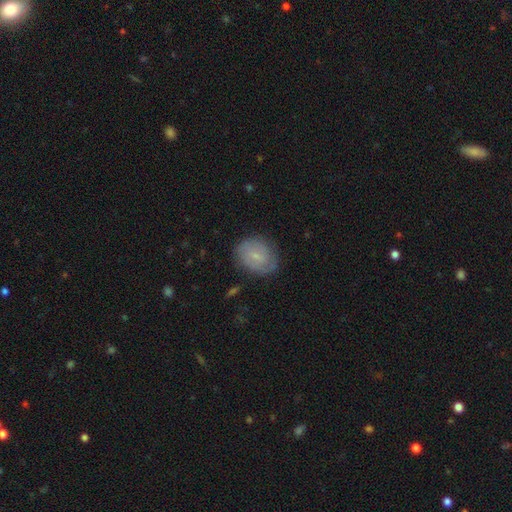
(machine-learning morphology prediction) This appears to be a smooth galaxy with no disk features (53%) that is in between round and cigar-shaped (51%). Merging: none (77%).